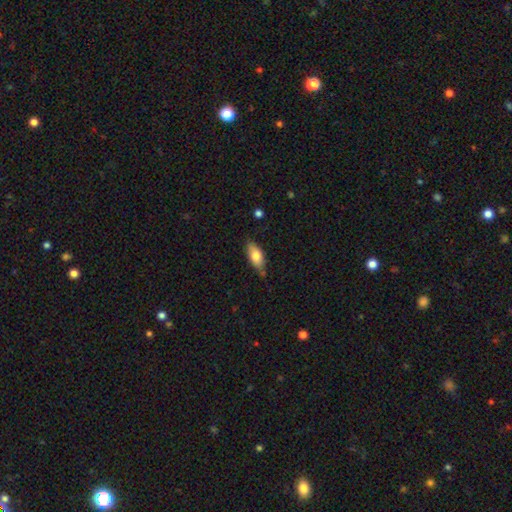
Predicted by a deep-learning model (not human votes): smooth-or-featured: smooth: 76% | featured or disk: 17% | star or artifact: 7%
  how-rounded: in between: 84% | cigar-shaped: 13% | round: 3%
  merging: none: 74% | minor disturbance: 20% | major disturbance: 3% | merger: 3%